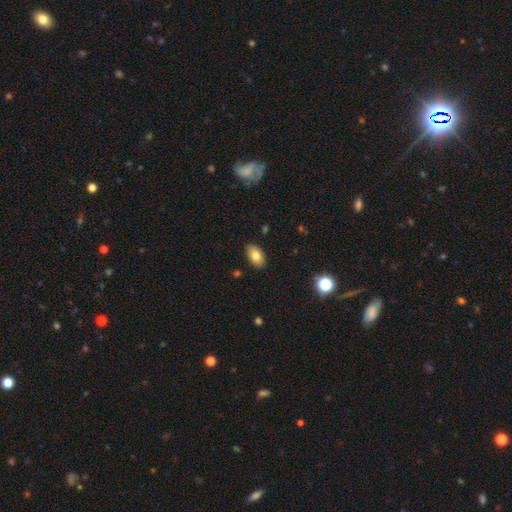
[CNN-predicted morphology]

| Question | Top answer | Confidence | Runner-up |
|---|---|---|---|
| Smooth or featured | smooth | 79% | featured or disk (12%) |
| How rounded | in between | 91% | round (8%) |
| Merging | none | 83% | minor disturbance (13%) |